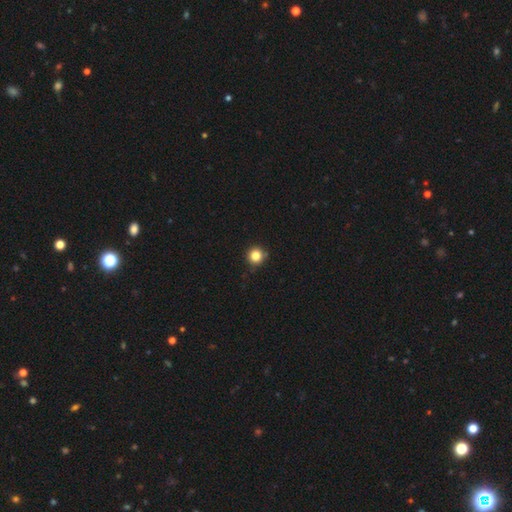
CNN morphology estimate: Smooth or featured? smooth (84%)
How rounded? round (95%)
Merging? none (88%)